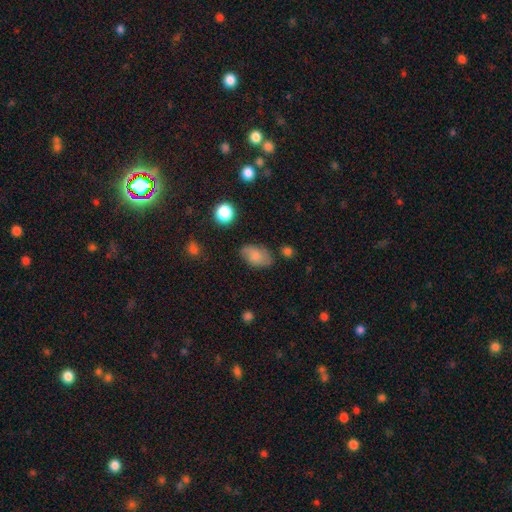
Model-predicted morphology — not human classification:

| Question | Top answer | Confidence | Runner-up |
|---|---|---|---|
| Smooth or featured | smooth | 70% | featured or disk (21%) |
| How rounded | in between | 89% | round (9%) |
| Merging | none | 66% | minor disturbance (24%) |